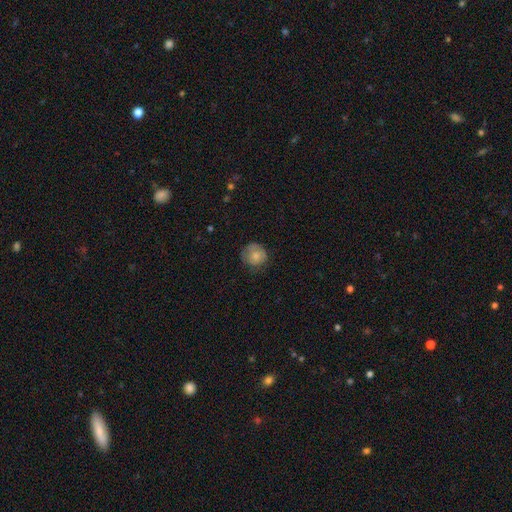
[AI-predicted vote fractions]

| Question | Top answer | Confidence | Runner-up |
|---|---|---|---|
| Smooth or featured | smooth | 77% | featured or disk (14%) |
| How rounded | round | 87% | in between (12%) |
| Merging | none | 68% | minor disturbance (23%) |